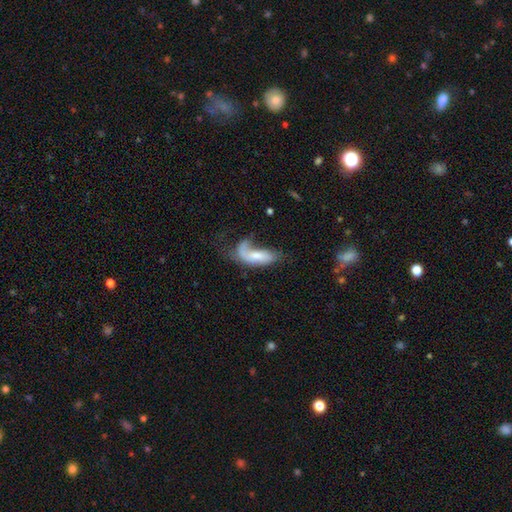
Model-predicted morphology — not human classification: A smooth galaxy with no disk features (49%).

Vote fractions:
- Smooth or featured? smooth: 49% / featured or disk: 44% / star or artifact: 7%
- Merging? major disturbance: 43% / none: 25% / minor disturbance: 20% / merger: 12%